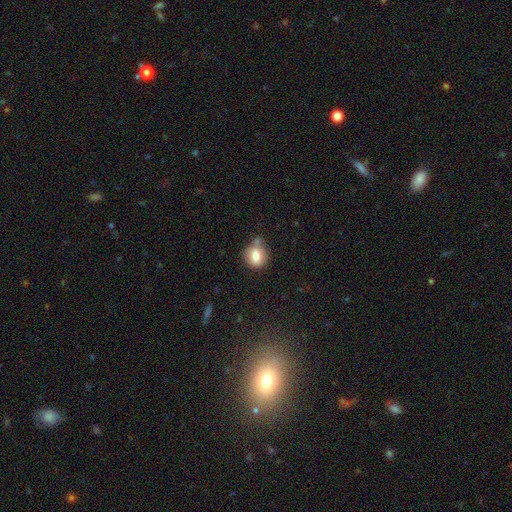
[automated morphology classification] Smooth or featured? smooth (80%)
How rounded? round (76%)
Merging? none (56%)